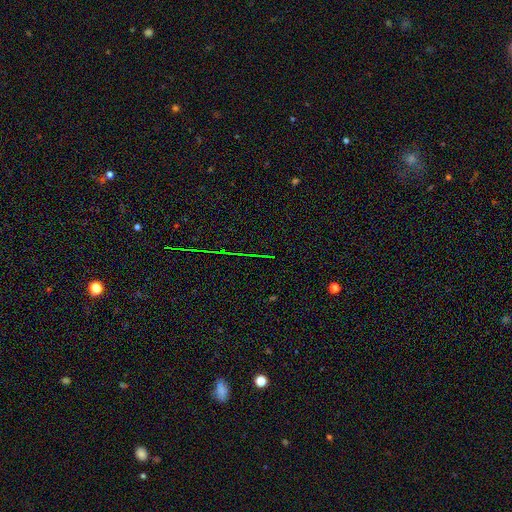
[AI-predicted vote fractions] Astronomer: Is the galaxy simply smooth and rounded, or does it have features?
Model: star or artifact — 78%.